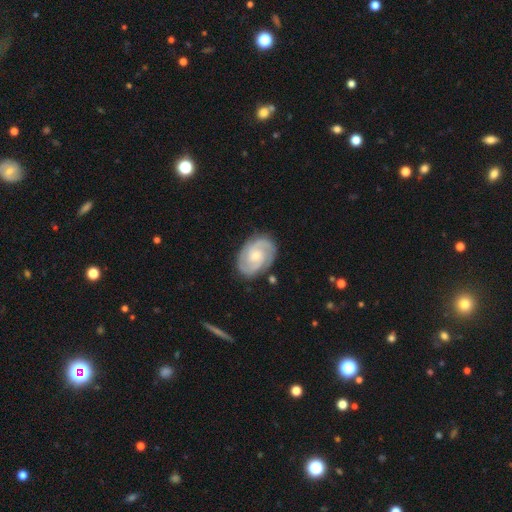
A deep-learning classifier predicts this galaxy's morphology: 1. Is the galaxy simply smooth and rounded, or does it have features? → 86% featured or disk, 10% smooth, 4% star or artifact.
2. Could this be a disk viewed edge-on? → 97% no, 3% yes.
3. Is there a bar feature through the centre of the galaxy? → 61% no, 33% weak, 6% strong.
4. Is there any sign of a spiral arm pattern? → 97% yes, 3% no.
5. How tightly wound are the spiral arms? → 55% tight, 38% medium, 7% loose.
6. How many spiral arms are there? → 76% 2, 12% 3, 7% can't tell, 2% 1, 2% 4, 2% more than 4.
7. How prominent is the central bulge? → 53% small, 42% moderate, 2% none, 2% large, 1% dominant.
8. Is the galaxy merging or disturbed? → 82% none, 13% minor disturbance, 3% major disturbance, 2% merger.